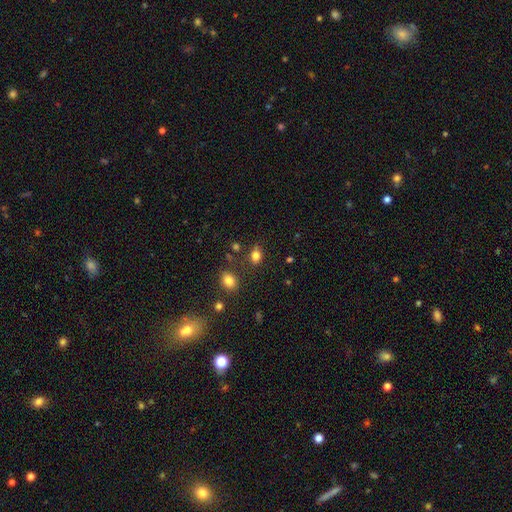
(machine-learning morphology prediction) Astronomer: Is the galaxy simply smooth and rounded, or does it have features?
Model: smooth — 80%.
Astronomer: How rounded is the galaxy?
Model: in between — 58% (runner-up: round, 40%).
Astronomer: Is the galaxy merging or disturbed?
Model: none — 71%.